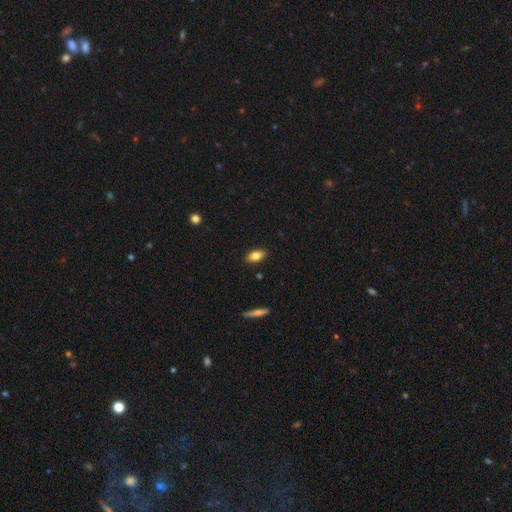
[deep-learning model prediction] smooth_or_featured: smooth (p=0.82) [alt: featured or disk p=0.11]
how_rounded: in between (p=0.89) [alt: cigar-shaped p=0.06]
merging: none (p=0.89) [alt: minor disturbance p=0.08]